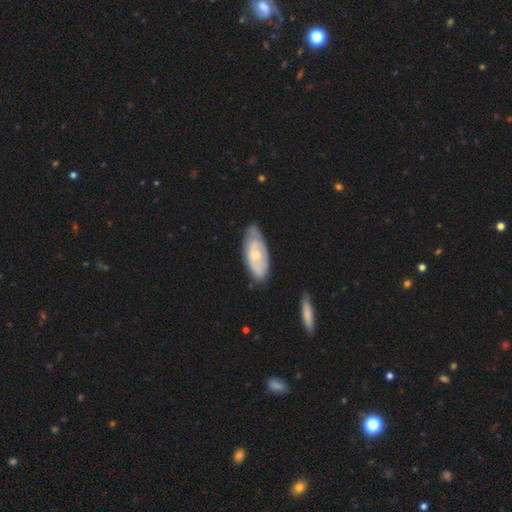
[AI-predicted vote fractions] Smooth or featured?
  - featured or disk: 53% *
  - smooth: 42%
  - star or artifact: 5%
Edge-on disk?
  - no: 87% *
  - yes: 13%
Merging?
  - none: 66% *
  - minor disturbance: 26%
  - major disturbance: 6%
  - merger: 3%